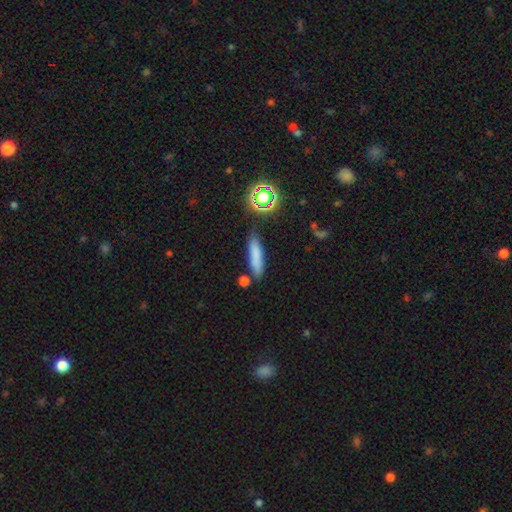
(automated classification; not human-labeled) This is likely a smooth galaxy (73%). How rounded: likely cigar-shaped (78%). Merging: likely none (73%).